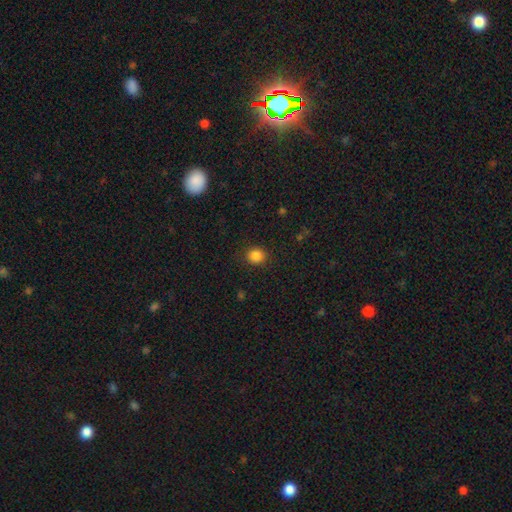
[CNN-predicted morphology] Smooth or featured? smooth (85%)
How rounded? round (87%)
Merging? none (89%)